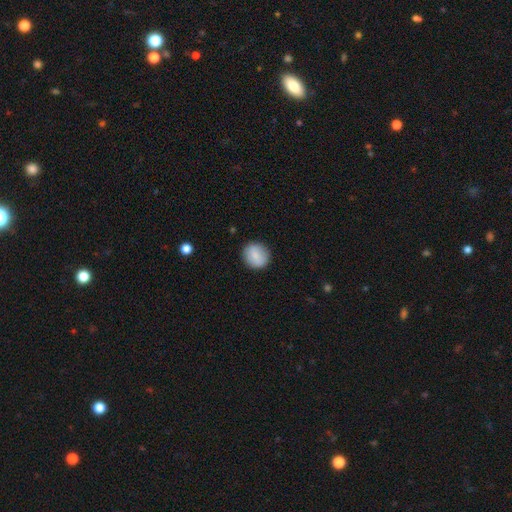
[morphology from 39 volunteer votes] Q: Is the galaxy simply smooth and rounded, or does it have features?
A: smooth — 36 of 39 (92%).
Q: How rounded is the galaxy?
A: round — 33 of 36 (92%).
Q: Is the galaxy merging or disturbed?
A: none — 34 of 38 (89%).